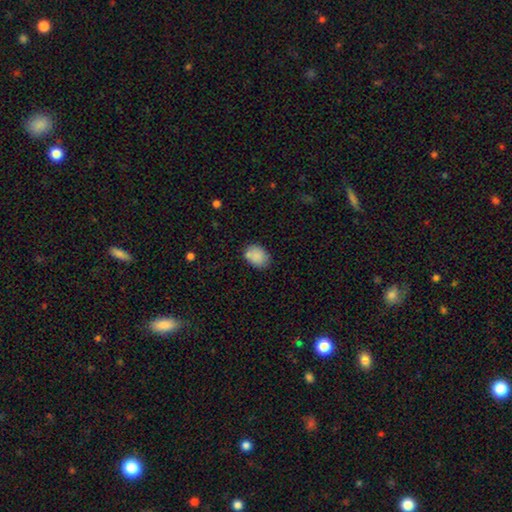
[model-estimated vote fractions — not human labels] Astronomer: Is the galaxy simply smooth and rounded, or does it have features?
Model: smooth — 85%.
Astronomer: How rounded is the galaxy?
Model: in between — 70%.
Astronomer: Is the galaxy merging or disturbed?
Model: none — 70%.